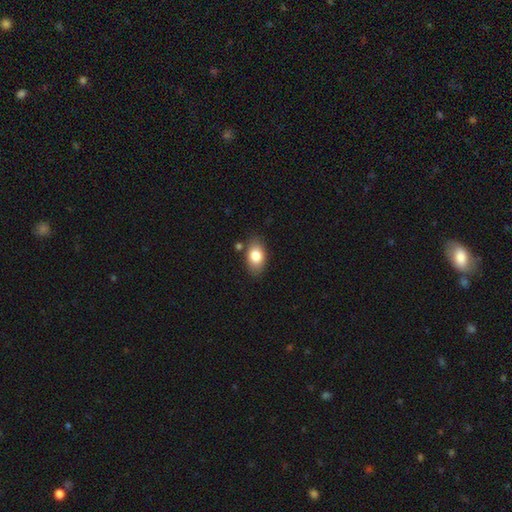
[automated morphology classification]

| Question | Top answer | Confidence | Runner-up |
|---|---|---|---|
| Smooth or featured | smooth | 82% | featured or disk (11%) |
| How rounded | in between | 88% | round (11%) |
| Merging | none | 79% | minor disturbance (13%) |